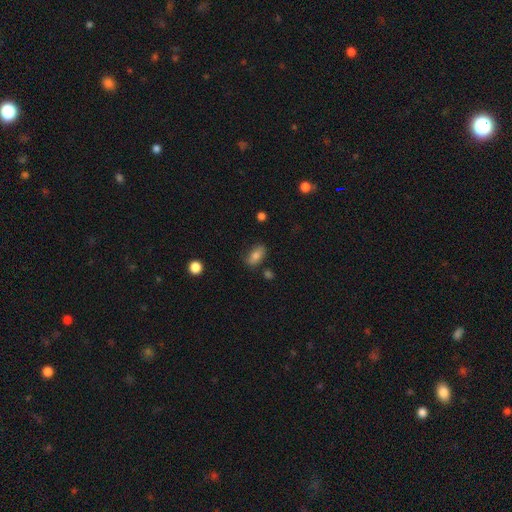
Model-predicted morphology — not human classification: Smooth or featured: smooth — 79% (featured or disk — 12%)
How rounded: in between — 87% (cigar-shaped — 7%)
Merging: none — 76% (minor disturbance — 17%)